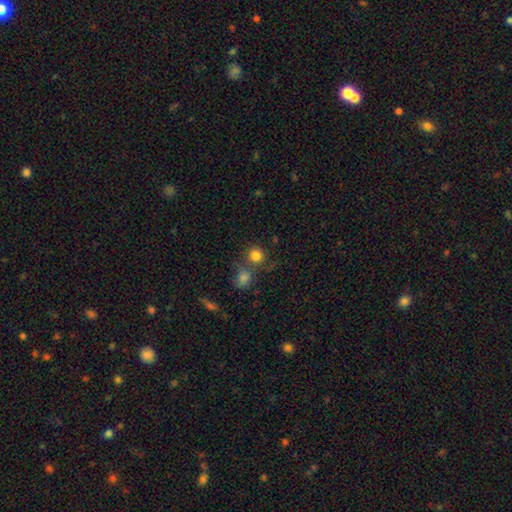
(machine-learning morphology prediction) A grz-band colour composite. It shows a smooth galaxy with no disk features (81%) that is round (87%). Merging: none (55%).